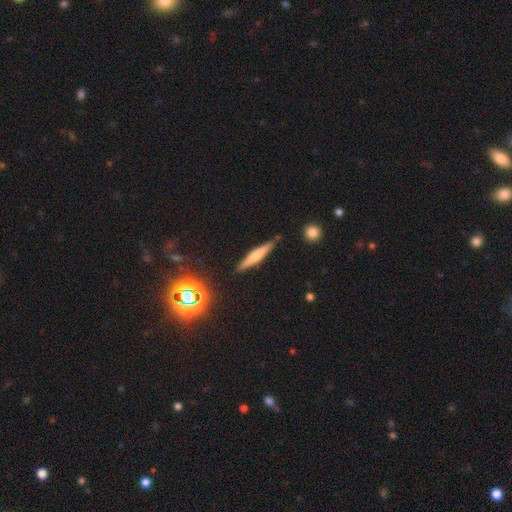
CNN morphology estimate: smooth-or-featured: smooth: 46% | featured or disk: 45% | star or artifact: 9%
  merging: none: 86% | minor disturbance: 10% | merger: 2% | major disturbance: 2%